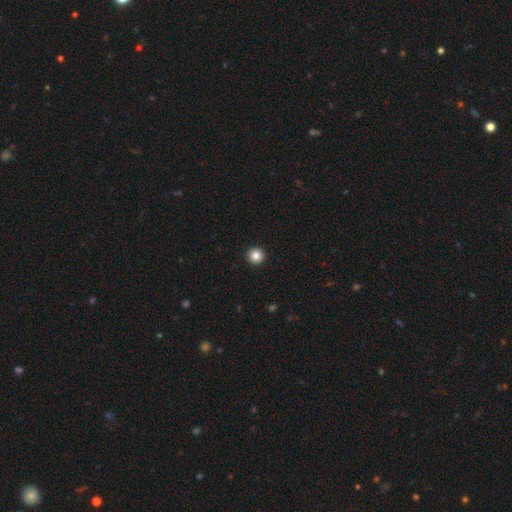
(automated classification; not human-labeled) Smooth or featured: smooth — 85% (star or artifact — 11%)
How rounded: round — 96% (in between — 3%)
Merging: none — 94% (minor disturbance — 3%)